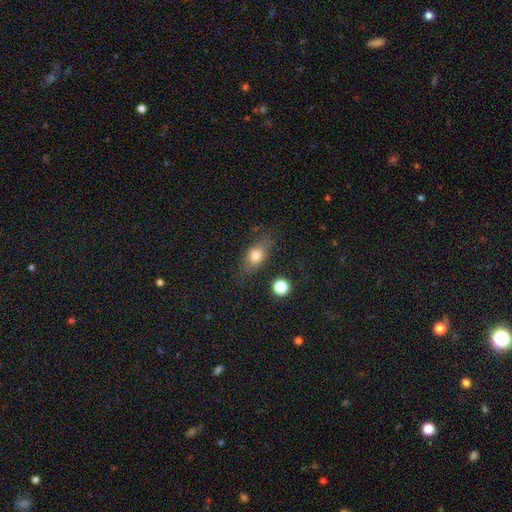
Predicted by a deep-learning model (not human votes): Smooth or featured?
  - smooth: 74% *
  - featured or disk: 15%
  - star or artifact: 10%
How rounded?
  - in between: 75% *
  - round: 17%
  - cigar-shaped: 8%
Merging?
  - none: 74% *
  - minor disturbance: 17%
  - major disturbance: 6%
  - merger: 3%